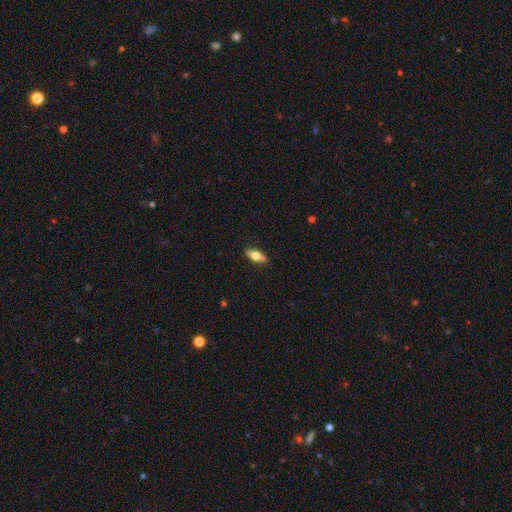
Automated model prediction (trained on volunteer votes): Q: Smooth or featured?
A: smooth (62%); runner-up: featured or disk (31%)
Q: How rounded?
A: in between (74%); runner-up: cigar-shaped (23%)
Q: Merging?
A: none (88%); runner-up: minor disturbance (9%)